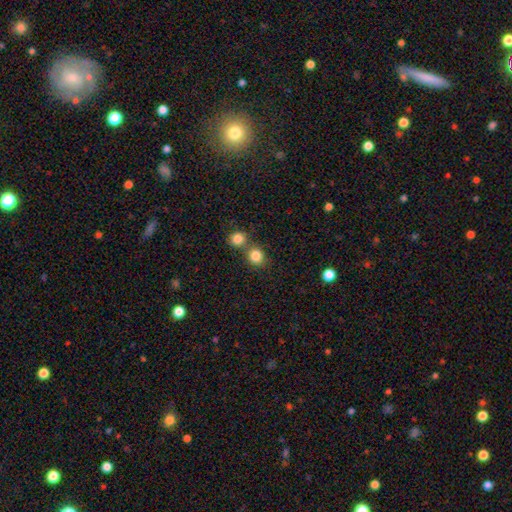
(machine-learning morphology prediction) smooth-or-featured: smooth: 84% | star or artifact: 11% | featured or disk: 6%
  how-rounded: round: 80% | in between: 19% | cigar-shaped: 1%
  merging: none: 55% | merger: 34% | minor disturbance: 8% | major disturbance: 3%